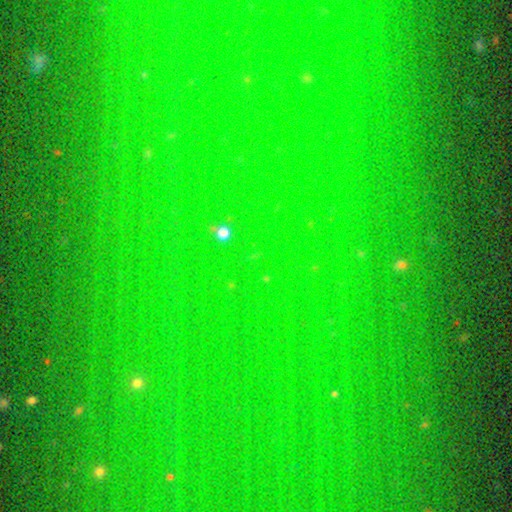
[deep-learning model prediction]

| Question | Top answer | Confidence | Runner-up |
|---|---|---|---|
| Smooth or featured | star or artifact | 79% | smooth (13%) |